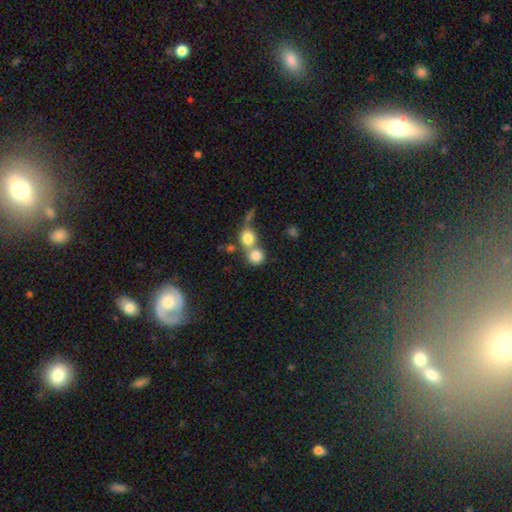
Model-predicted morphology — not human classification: smooth-or-featured: smooth: 80% | star or artifact: 10% | featured or disk: 9%
  how-rounded: round: 85% | in between: 14% | cigar-shaped: 1%
  merging: merger: 53% | none: 38% | minor disturbance: 6% | major disturbance: 3%